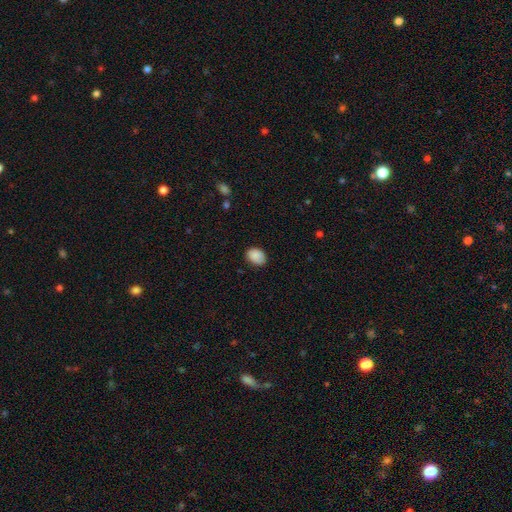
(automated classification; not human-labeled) A smooth galaxy with no disk features (88%) that is in between round and cigar-shaped (66%). Merging: none (79%).